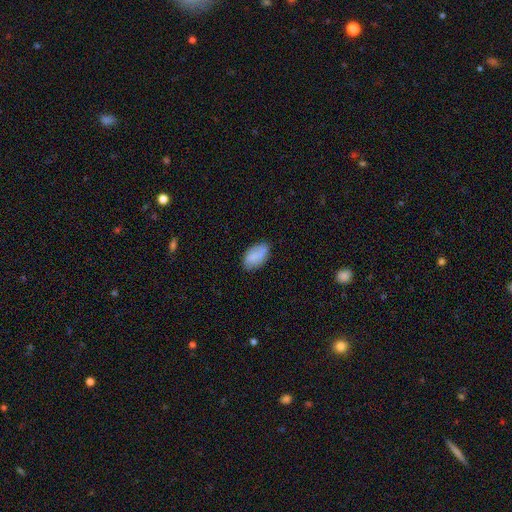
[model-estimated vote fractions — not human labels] smooth-or-featured: smooth: 75% | featured or disk: 17% | star or artifact: 7%
  how-rounded: in between: 93% | round: 5% | cigar-shaped: 2%
  merging: none: 74% | minor disturbance: 20% | major disturbance: 4% | merger: 2%